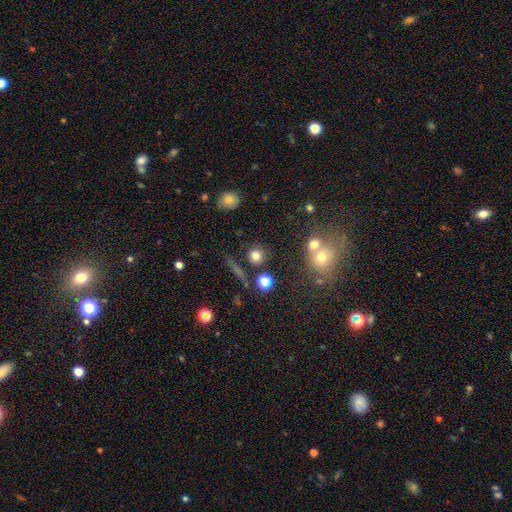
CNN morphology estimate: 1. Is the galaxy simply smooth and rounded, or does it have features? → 77% smooth, 14% star or artifact, 9% featured or disk.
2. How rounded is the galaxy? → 90% round, 8% in between, 2% cigar-shaped.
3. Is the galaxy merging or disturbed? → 79% none, 9% minor disturbance, 9% merger, 4% major disturbance.